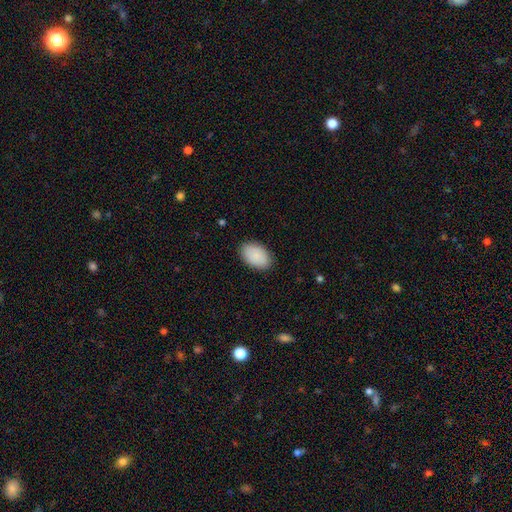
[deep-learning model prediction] smooth_or_featured: smooth (p=0.89) [alt: star or artifact p=0.06]
how_rounded: in between (p=0.92) [alt: round p=0.07]
merging: none (p=0.88) [alt: minor disturbance p=0.09]